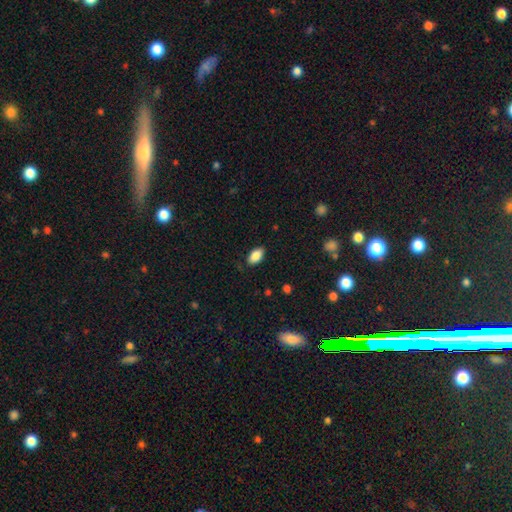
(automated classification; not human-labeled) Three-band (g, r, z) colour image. It shows a smooth galaxy with no disk features (86%) that is in between round and cigar-shaped (93%). Merging: none (84%).